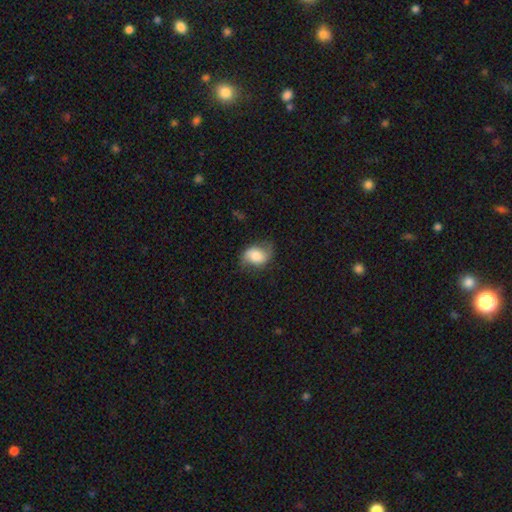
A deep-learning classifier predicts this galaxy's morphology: Smooth or featured? Predicted: smooth (p=0.55). How rounded? Predicted: in between (p=0.70). Merging? Predicted: none (p=0.64).